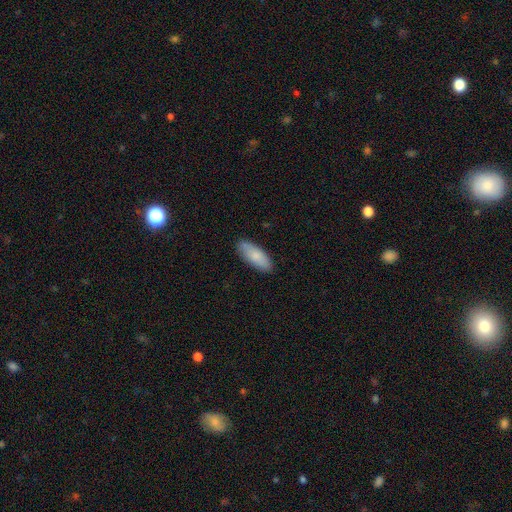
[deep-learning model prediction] This is clearly a smooth galaxy (83%). How rounded: likely in between (77%). Merging: clearly none (83%).